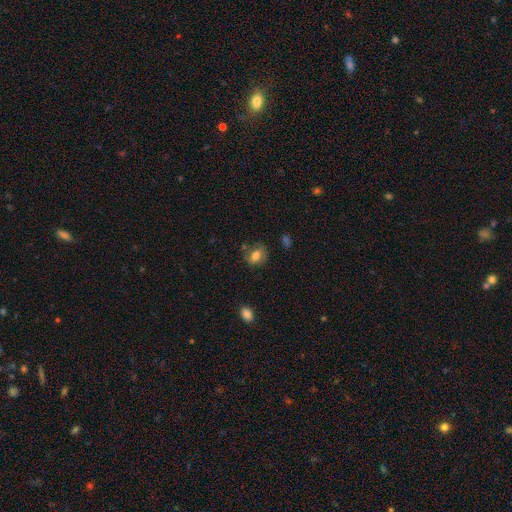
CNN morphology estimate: Q: Smooth or featured?
A: smooth (75%); runner-up: featured or disk (15%)
Q: How rounded?
A: in between (50%); runner-up: round (49%)
Q: Merging?
A: none (72%); runner-up: minor disturbance (18%)